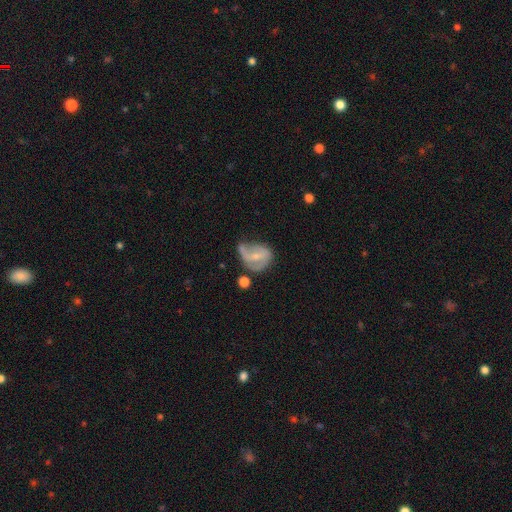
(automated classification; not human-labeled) Smooth or featured? featured or disk (63%)
Edge-on disk? no (97%)
Bar? weak (43%)
Spiral arms? yes (74%)
Bulge size? small (64%)
Merging? minor disturbance (31%, tied with none)